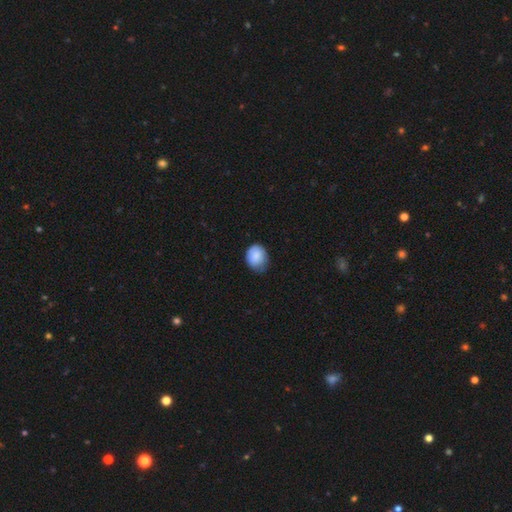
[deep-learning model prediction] The model was most divided on "how rounded": round: 55%, in between: 45%, cigar-shaped: 1%. More confident: smooth or featured — smooth (84%); merging — none (55%).